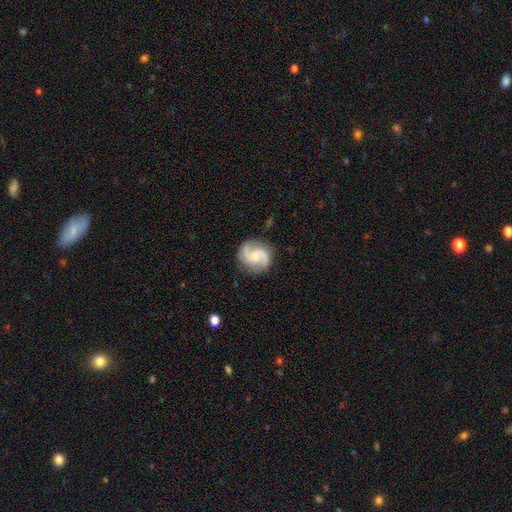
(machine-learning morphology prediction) Smooth or featured? featured or disk (84%)
Edge-on disk? no (98%)
Bar? no (52%)
Spiral arms? yes (97%)
Spiral winding? medium (52%)
Spiral arm count? 2 (92%)
Bulge size? small (48%)
Merging? none (83%)